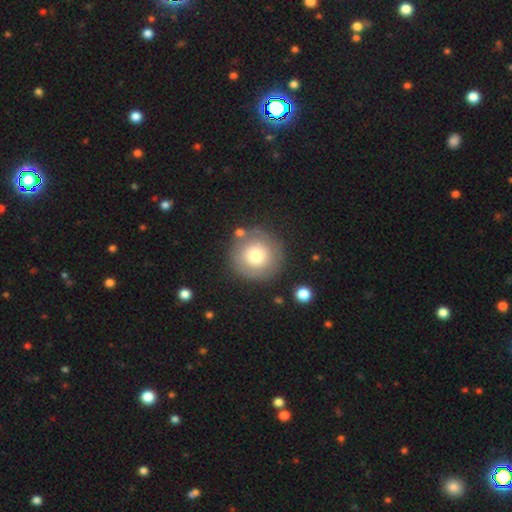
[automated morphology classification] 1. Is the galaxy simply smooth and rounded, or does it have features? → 67% smooth, 24% featured or disk, 9% star or artifact.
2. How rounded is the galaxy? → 96% round, 3% in between, 1% cigar-shaped.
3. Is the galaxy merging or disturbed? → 81% none, 10% minor disturbance, 4% major disturbance, 4% merger.